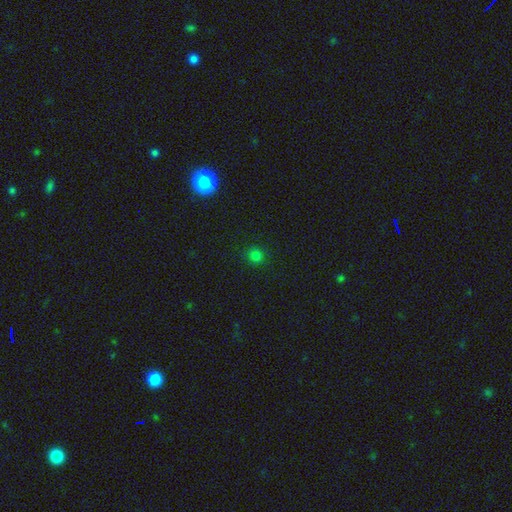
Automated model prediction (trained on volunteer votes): A smooth galaxy with no disk features (78%) that is round (92%). Merging: none (90%).